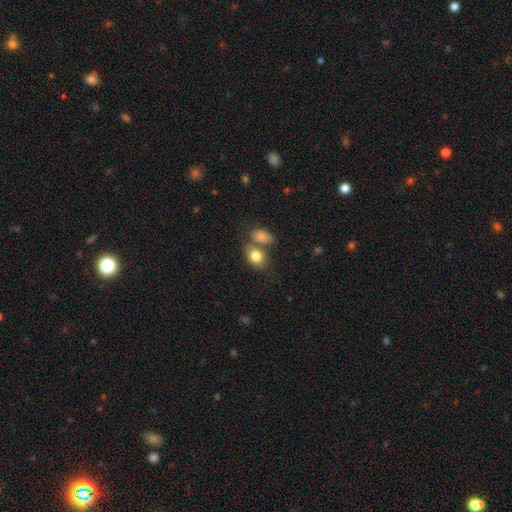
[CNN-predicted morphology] Smooth or featured: smooth — 82% (featured or disk — 9%)
How rounded: in between — 73% (round — 25%)
Merging: none — 46% (merger — 36%)